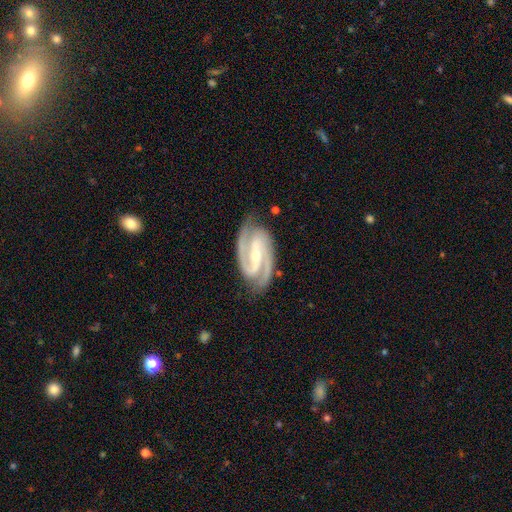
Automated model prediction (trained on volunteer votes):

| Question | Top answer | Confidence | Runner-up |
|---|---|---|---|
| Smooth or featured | featured or disk | 94% | star or artifact (4%) |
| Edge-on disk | no | 97% | yes (3%) |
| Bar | strong | 60% | weak (27%) |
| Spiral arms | yes | 99% | no (1%) |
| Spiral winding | medium | 52% | tight (41%) |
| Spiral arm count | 2 | 93% | 3 (3%) |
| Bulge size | small | 56% | moderate (41%) |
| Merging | none | 83% | minor disturbance (13%) |